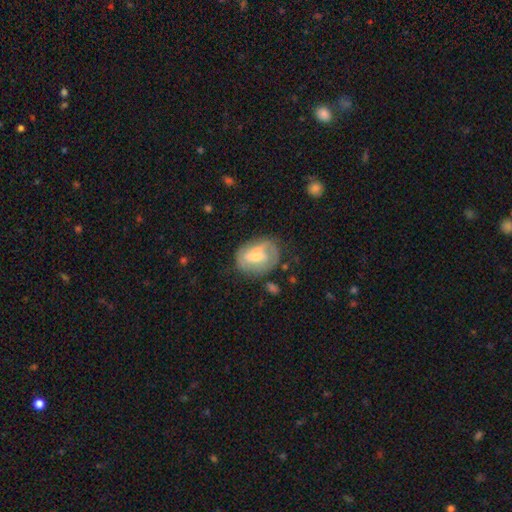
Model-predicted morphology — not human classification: This appears to be a featured or disk galaxy (59%) with a weak bar (43%), spiral arms (75%) and a moderate central bulge (49%). Merging: none (61%).